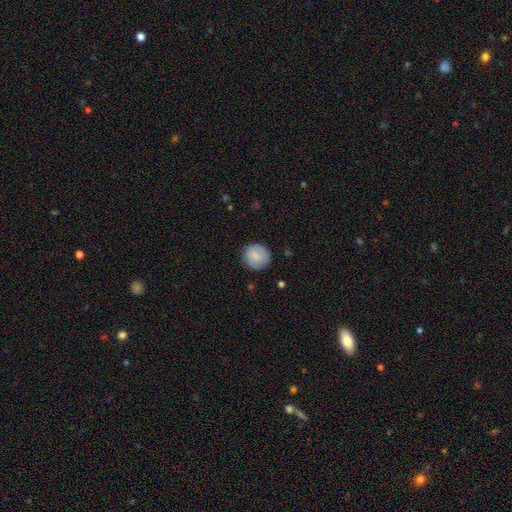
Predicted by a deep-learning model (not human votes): smooth 83%, featured or disk 10%, star or artifact 7%. Down the decision tree: how rounded — round (92%); merging — none (87%).